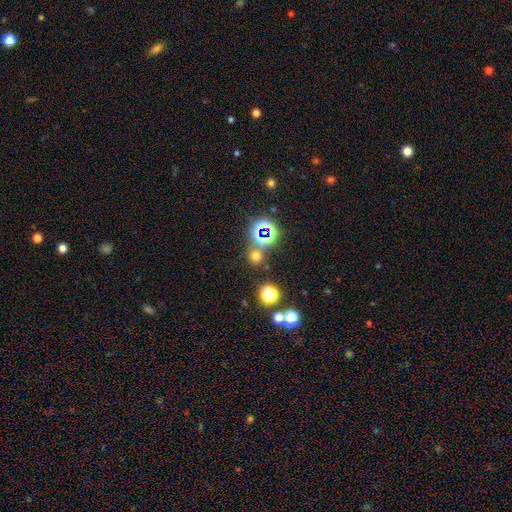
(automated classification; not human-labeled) Overall: smooth (58%; star or artifact 35%). How rounded: round (90%). Merging: none (75%).